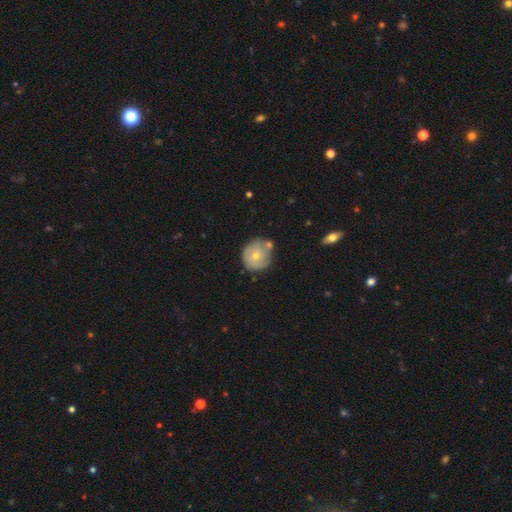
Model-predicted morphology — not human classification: Smooth or featured: smooth — 47% (featured or disk — 46%)
Merging: none — 54% (minor disturbance — 23%)